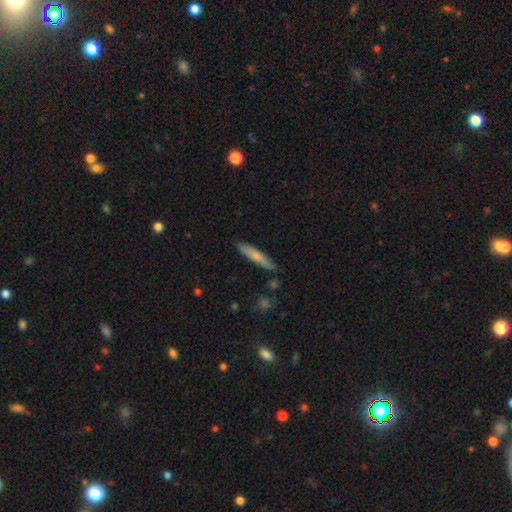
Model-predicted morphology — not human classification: Smooth or featured: smooth — 68% (featured or disk — 26%)
How rounded: cigar-shaped — 89% (in between — 9%)
Merging: none — 85% (minor disturbance — 11%)